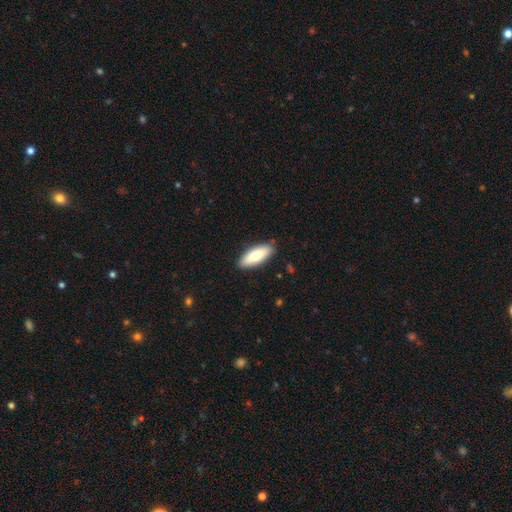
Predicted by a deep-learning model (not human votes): Smooth or featured?
  - smooth: 79% *
  - featured or disk: 15%
  - star or artifact: 5%
How rounded?
  - in between: 74% *
  - cigar-shaped: 24%
  - round: 2%
Merging?
  - none: 87% *
  - minor disturbance: 10%
  - major disturbance: 2%
  - merger: 1%